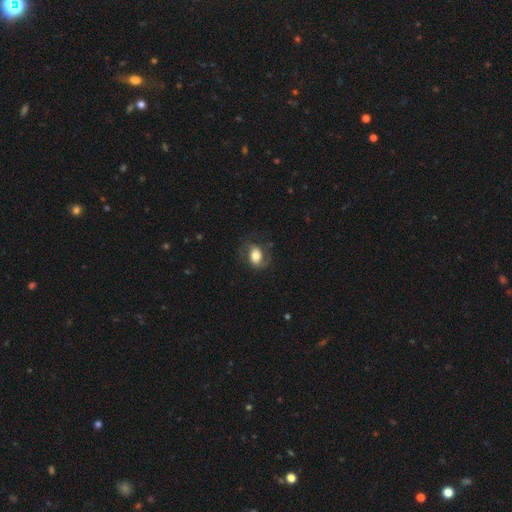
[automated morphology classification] Overall: featured or disk (48%; smooth 45%). Merging: none (61%).